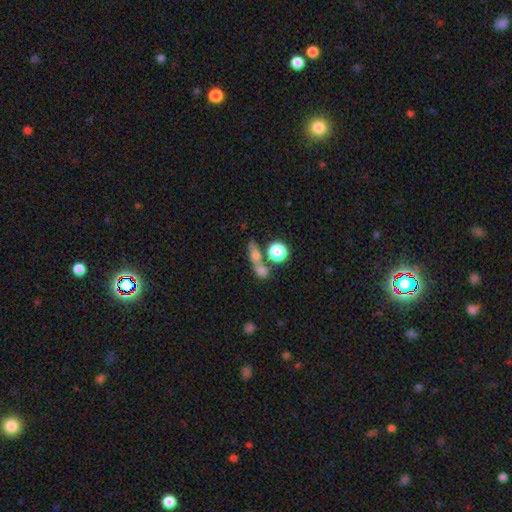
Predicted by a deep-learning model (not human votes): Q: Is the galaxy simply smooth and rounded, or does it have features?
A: smooth — 59%.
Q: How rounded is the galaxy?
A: round — 42%.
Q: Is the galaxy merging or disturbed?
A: none — 44%.